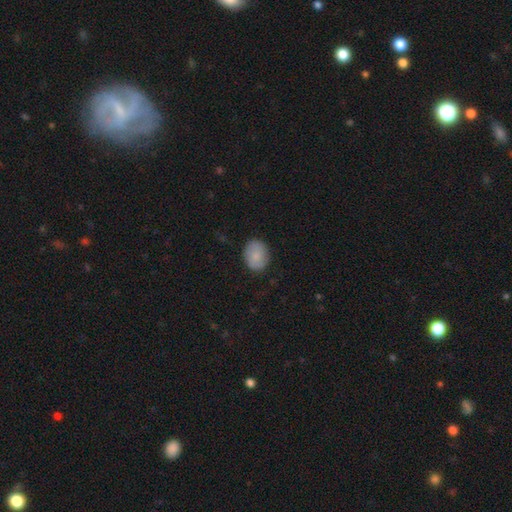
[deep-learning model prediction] Q: Smooth or featured?
A: smooth (80%); runner-up: featured or disk (13%)
Q: How rounded?
A: in between (57%); runner-up: round (42%)
Q: Merging?
A: none (84%); runner-up: minor disturbance (12%)